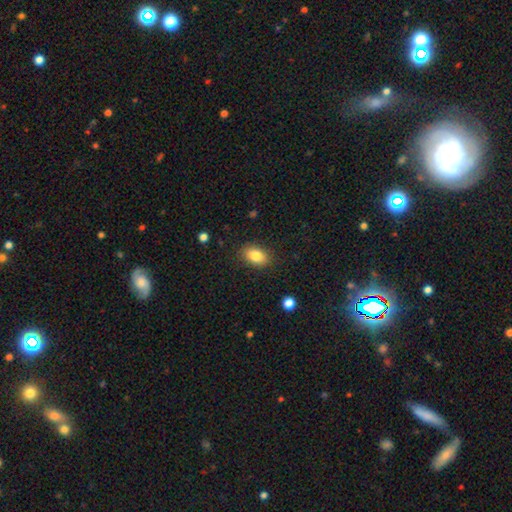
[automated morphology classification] A smooth galaxy with no disk features (84%) that is in between round and cigar-shaped (86%). Merging: none (85%).